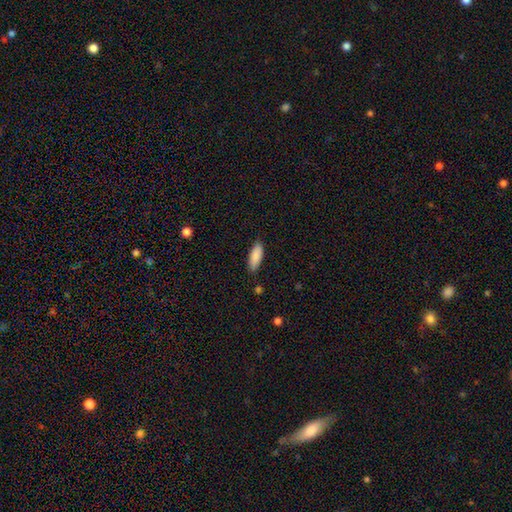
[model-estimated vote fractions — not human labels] smooth 88%, featured or disk 6%, star or artifact 6%. Down the decision tree: how rounded — in between (69%); merging — none (84%).